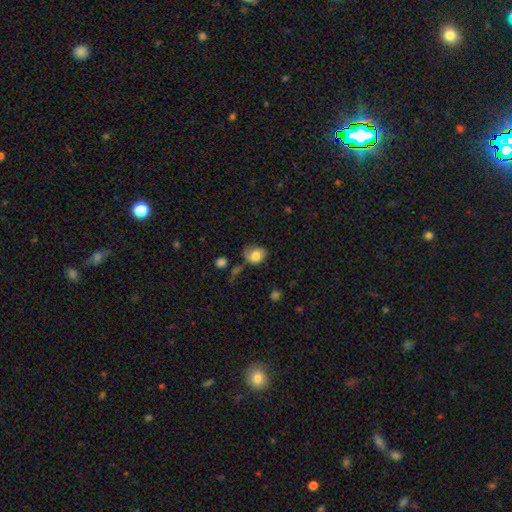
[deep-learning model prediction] The model was most divided on "how rounded": round: 53%, in between: 46%, cigar-shaped: 1%. Remaining: smooth or featured — smooth (74%); merging — none (41%).